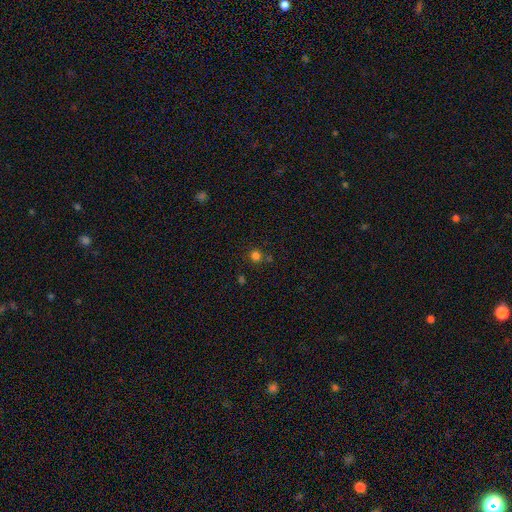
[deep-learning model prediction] Smooth or featured: smooth — 76% (star or artifact — 19%)
How rounded: round — 91% (in between — 8%)
Merging: none — 77% (merger — 10%)